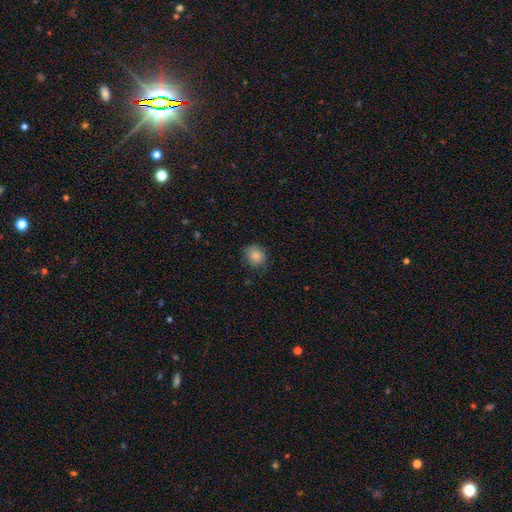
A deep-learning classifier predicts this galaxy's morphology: Smooth or featured? smooth (85%)
How rounded? round (74%)
Merging? none (76%)